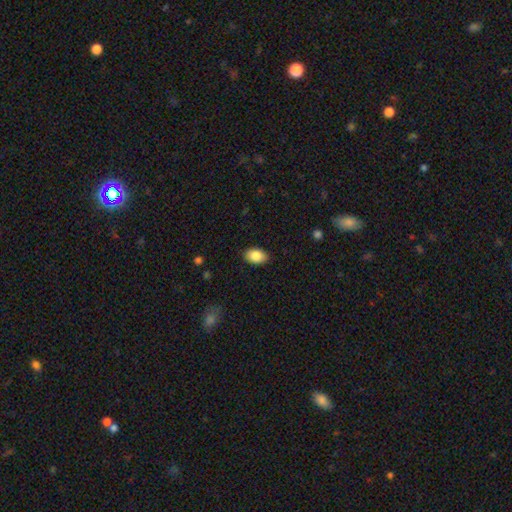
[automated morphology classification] Overall: smooth (86%). How rounded: in between (88%). Merging: none (88%).